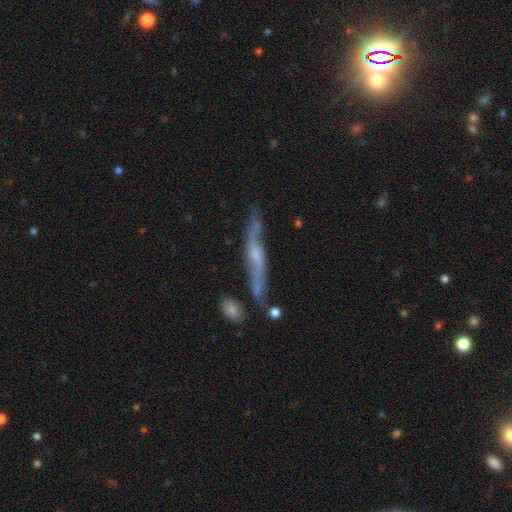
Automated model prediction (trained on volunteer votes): Smooth or featured?
  - featured or disk: 71% *
  - smooth: 22%
  - star or artifact: 6%
Edge-on disk?
  - yes: 66% *
  - no: 34%
Merging?
  - none: 62% *
  - minor disturbance: 22%
  - merger: 9%
  - major disturbance: 7%